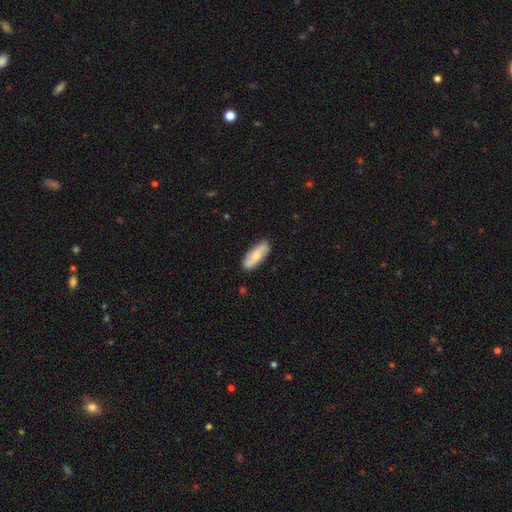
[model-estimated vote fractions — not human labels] smooth_or_featured: smooth (p=0.60) [alt: featured or disk p=0.34]
how_rounded: in between (p=0.74) [alt: cigar-shaped p=0.23]
merging: none (p=0.84) [alt: minor disturbance p=0.12]